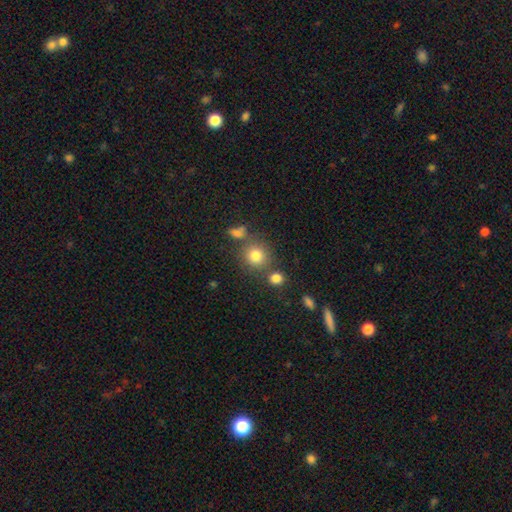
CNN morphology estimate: Smooth or featured? Predicted: smooth (p=0.79). How rounded? Predicted: round (p=0.88). Merging? Predicted: none (p=0.71).